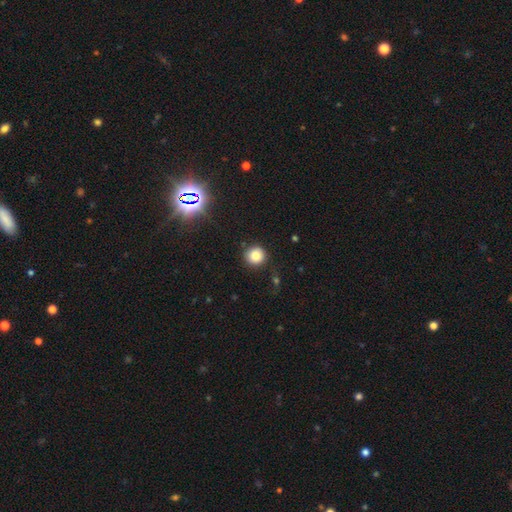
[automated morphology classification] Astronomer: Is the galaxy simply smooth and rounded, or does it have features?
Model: smooth — 81%.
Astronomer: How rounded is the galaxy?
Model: round — 93%.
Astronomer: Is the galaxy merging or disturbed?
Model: none — 87%.